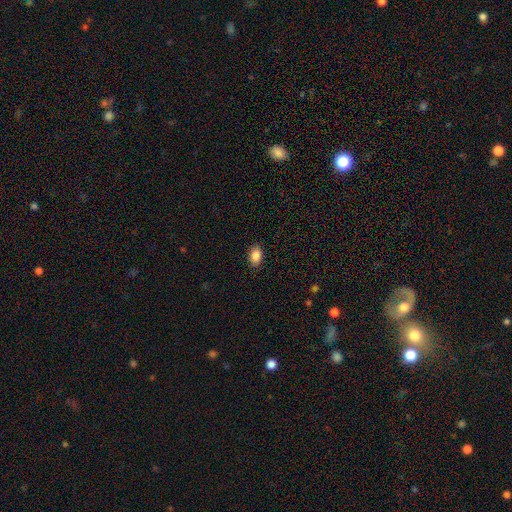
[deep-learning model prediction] A smooth galaxy with no disk features (87%) that is in between round and cigar-shaped (88%).

Vote fractions:
- Smooth or featured? smooth: 87% / star or artifact: 8% / featured or disk: 5%
- How rounded? in between: 88% / round: 10% / cigar-shaped: 2%
- Merging? none: 88% / minor disturbance: 9% / major disturbance: 2% / merger: 1%